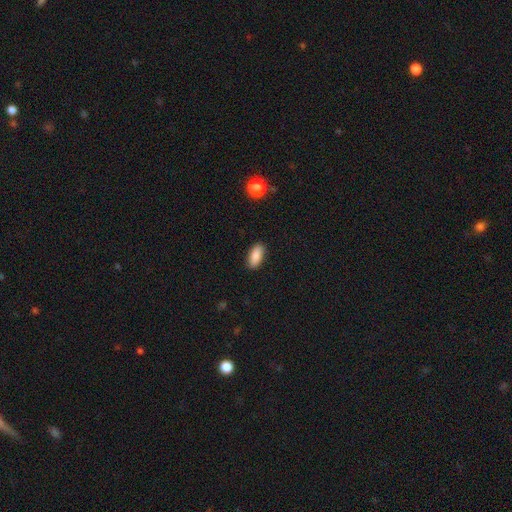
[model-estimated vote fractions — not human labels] smooth 87%, star or artifact 7%, featured or disk 6%. Down the decision tree: how rounded — in between (86%); merging — none (89%).